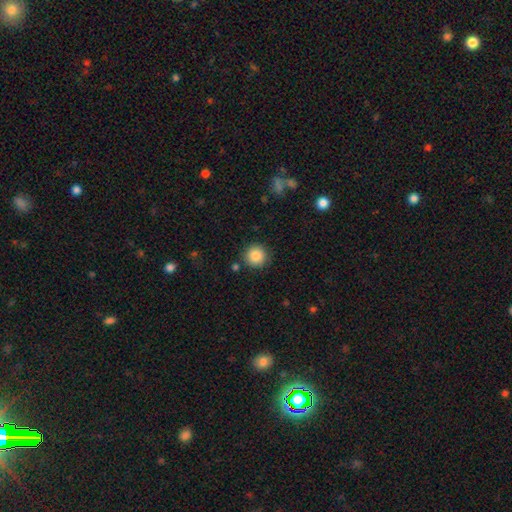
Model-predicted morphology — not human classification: Smooth or featured: smooth — 87% (star or artifact — 9%)
How rounded: round — 95% (in between — 4%)
Merging: none — 88% (minor disturbance — 7%)